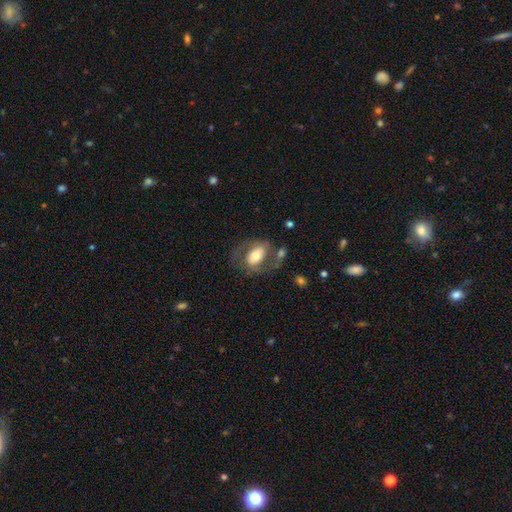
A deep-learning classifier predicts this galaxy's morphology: Smooth or featured? featured or disk (51%)
Edge-on disk? no (93%)
Merging? none (55%)